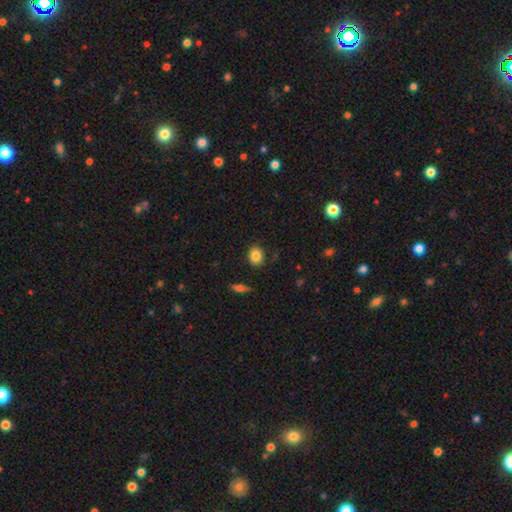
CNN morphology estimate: type=smooth (85%); roundness=round (56%); merging=none (85%).